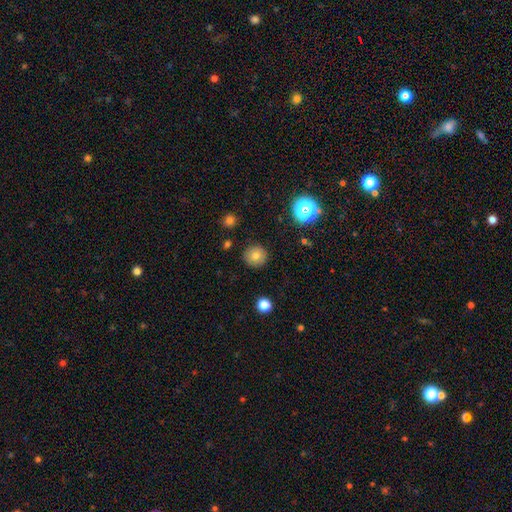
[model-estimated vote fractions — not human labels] smooth-or-featured: smooth: 77% | star or artifact: 13% | featured or disk: 10%
  how-rounded: round: 93% | in between: 6% | cigar-shaped: 1%
  merging: none: 89% | minor disturbance: 7% | major disturbance: 2% | merger: 1%